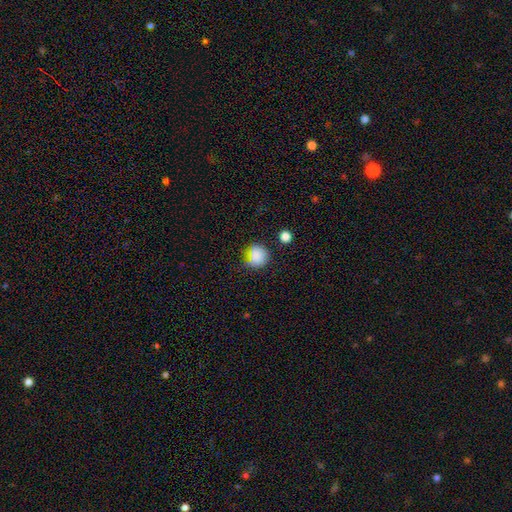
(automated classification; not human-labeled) smooth 84%, star or artifact 12%, featured or disk 5%. Down the decision tree: how rounded — round (90%); merging — none (76%).